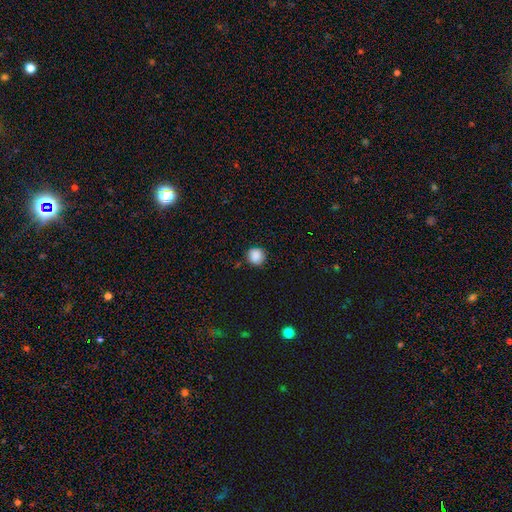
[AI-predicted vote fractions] A smooth galaxy with no disk features (88%) that is round (93%). Merging: none (87%).